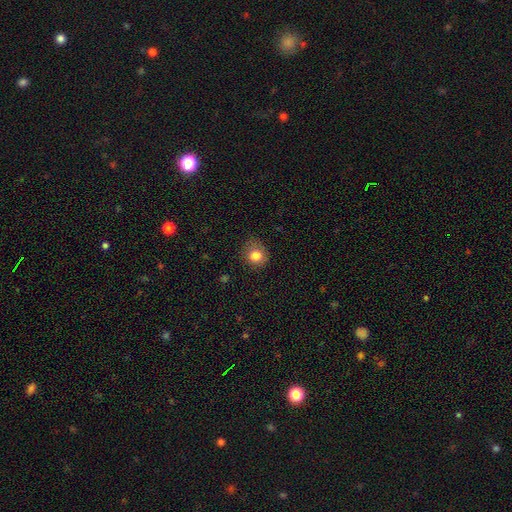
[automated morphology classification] smooth_or_featured: smooth (p=0.82) [alt: star or artifact p=0.11]
how_rounded: round (p=0.79) [alt: in between p=0.20]
merging: none (p=0.69) [alt: minor disturbance p=0.23]